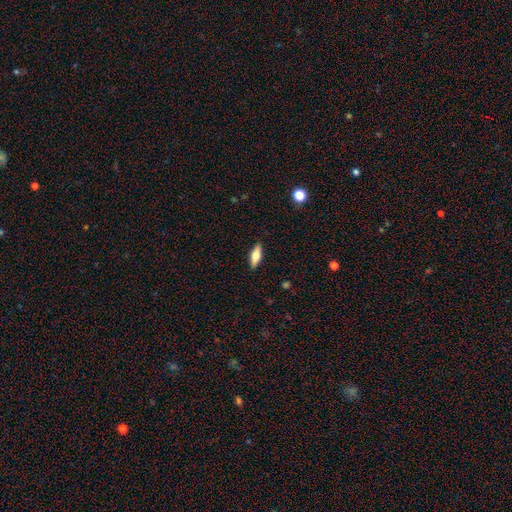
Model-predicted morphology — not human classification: type=smooth (61%); roundness=in between (61%); merging=none (89%).